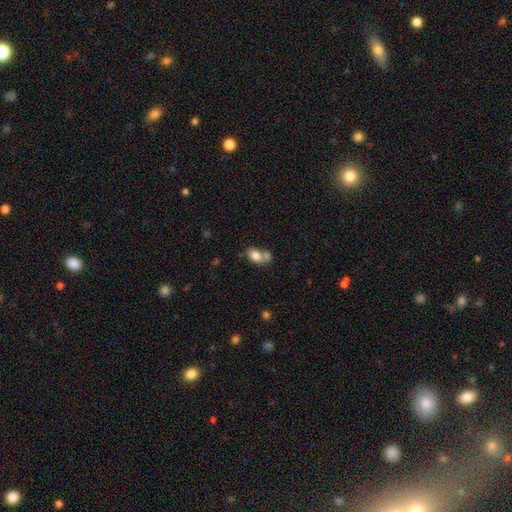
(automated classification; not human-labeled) A smooth galaxy with no disk features (78%) that is in between round and cigar-shaped (75%). Merging: merger (50%).